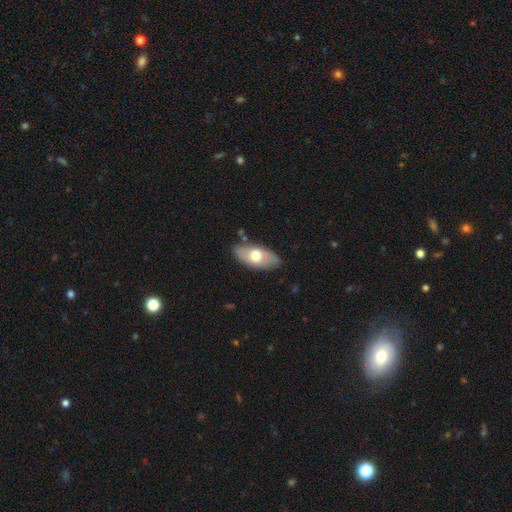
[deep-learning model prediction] smooth 59%, featured or disk 35%, star or artifact 6%. Down the decision tree: how rounded — in between (91%); merging — none (81%).